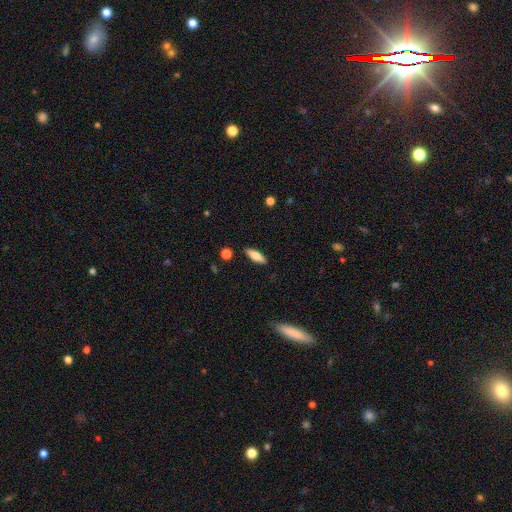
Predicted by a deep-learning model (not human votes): Overall: smooth (71%). How rounded: cigar-shaped (52%; in between 46%). Merging: none (88%).